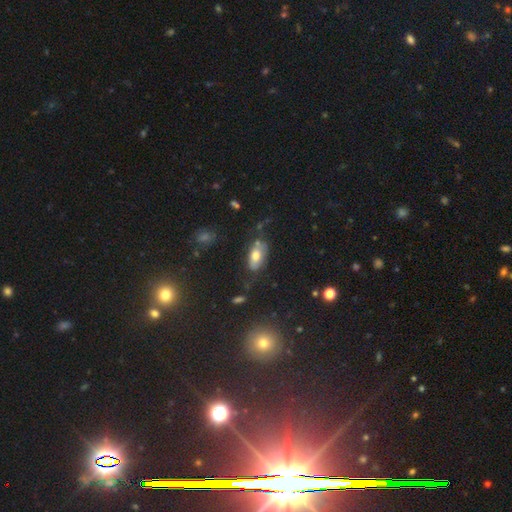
This is clearly a smooth galaxy (82%). How rounded: clearly in between (97%). Merging: possibly none (54%).